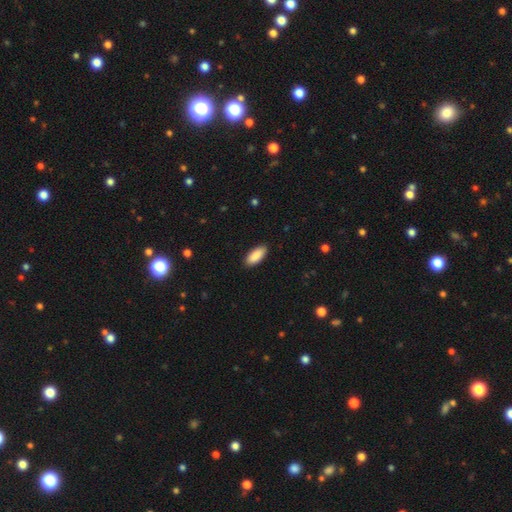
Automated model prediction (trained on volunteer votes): Smooth or featured? smooth (90%)
How rounded? in between (84%)
Merging? none (90%)